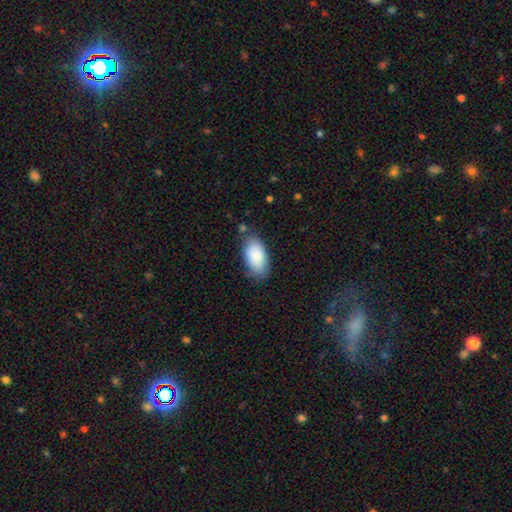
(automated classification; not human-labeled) A smooth galaxy with no disk features (89%) that is in between round and cigar-shaped (95%). Merging: none (74%).